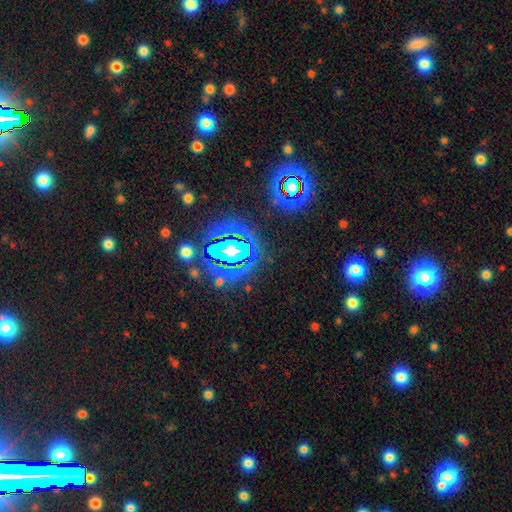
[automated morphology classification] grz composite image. It shows a star or artifact, not a galaxy (79%).